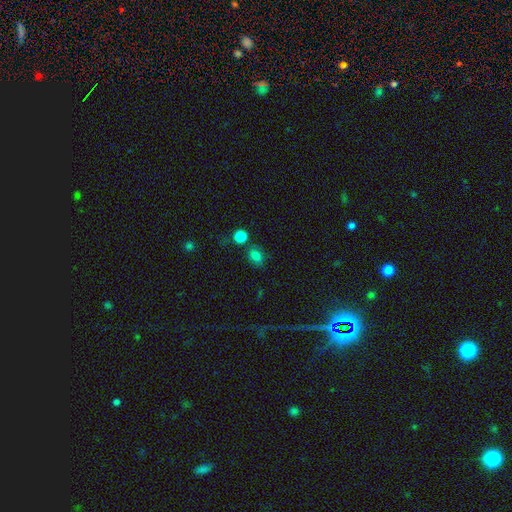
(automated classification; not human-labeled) Smooth or featured? smooth (79%)
How rounded? round (51%)
Merging? none (69%)